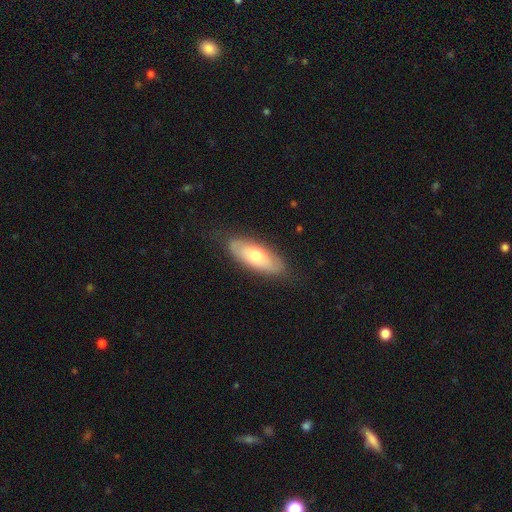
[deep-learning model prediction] The model was most divided on "smooth or featured": smooth: 58%, featured or disk: 36%, star or artifact: 6%. More confident: merging — none (80%); how rounded — in between (75%).